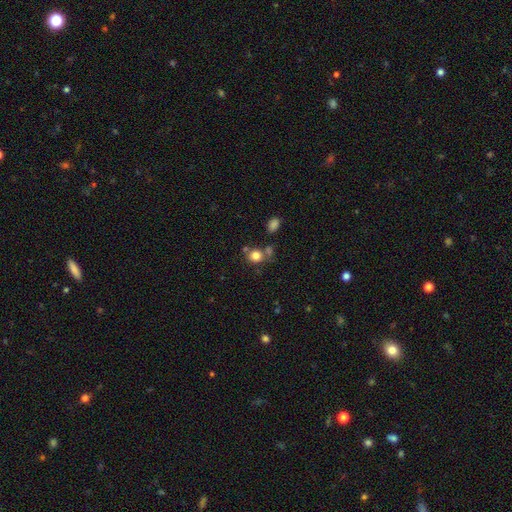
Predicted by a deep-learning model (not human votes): Smooth or featured?
  - smooth: 80% *
  - star or artifact: 12%
  - featured or disk: 8%
How rounded?
  - round: 79% *
  - in between: 20%
  - cigar-shaped: 1%
Merging?
  - none: 63% *
  - merger: 19%
  - minor disturbance: 13%
  - major disturbance: 5%